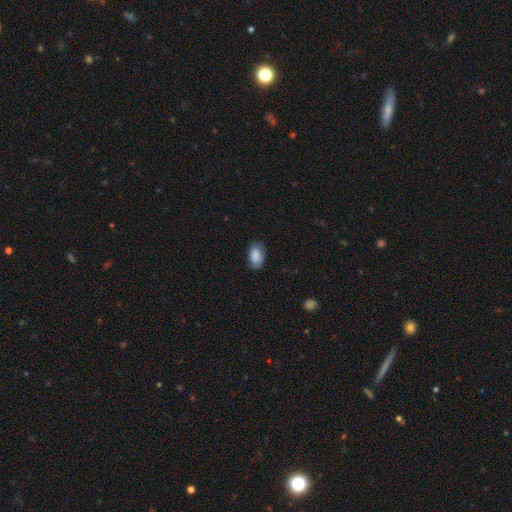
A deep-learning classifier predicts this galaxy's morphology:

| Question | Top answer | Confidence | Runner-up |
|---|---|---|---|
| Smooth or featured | smooth | 85% | featured or disk (8%) |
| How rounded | in between | 92% | round (6%) |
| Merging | none | 76% | minor disturbance (19%) |